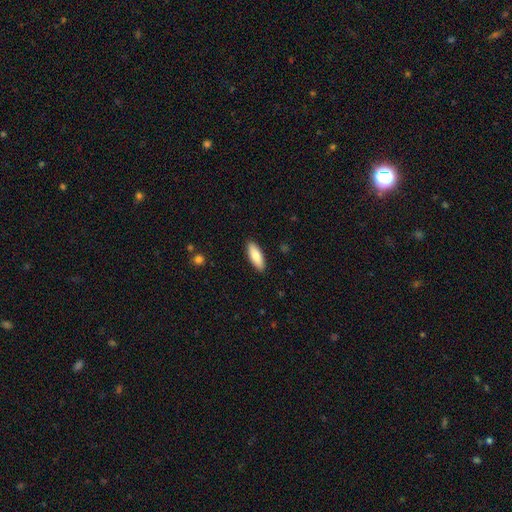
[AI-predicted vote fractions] A smooth galaxy with no disk features (82%) that is in between round and cigar-shaped (67%).

Vote fractions:
- Smooth or featured? smooth: 82% / featured or disk: 12% / star or artifact: 6%
- How rounded? in between: 67% / cigar-shaped: 31% / round: 2%
- Merging? none: 90% / minor disturbance: 8% / major disturbance: 2% / merger: 1%